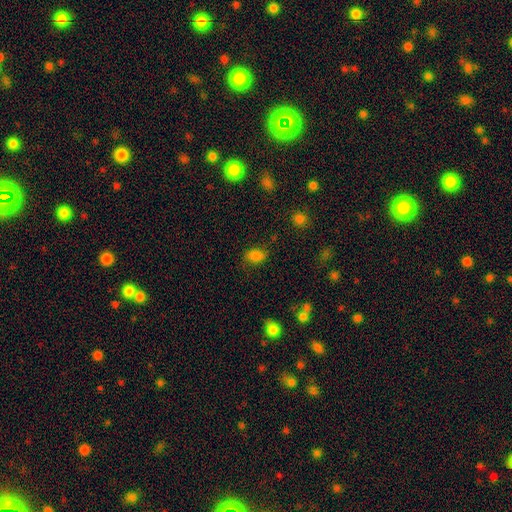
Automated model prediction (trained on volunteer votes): smooth_or_featured: smooth (p=0.81) [alt: star or artifact p=0.13]
how_rounded: in between (p=0.78) [alt: round p=0.20]
merging: none (p=0.73) [alt: minor disturbance p=0.19]